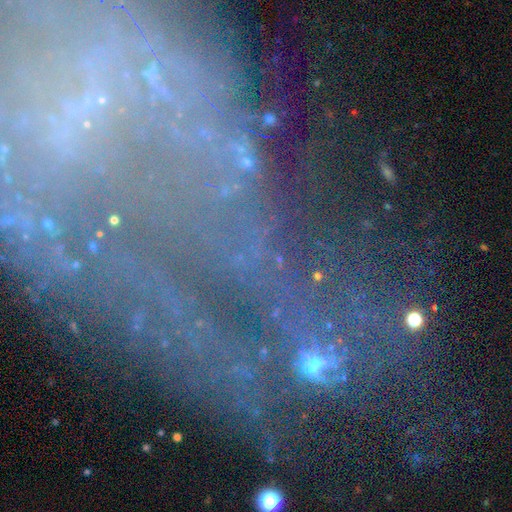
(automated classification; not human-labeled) This is possibly a star or artifact rather than a galaxy (48%).